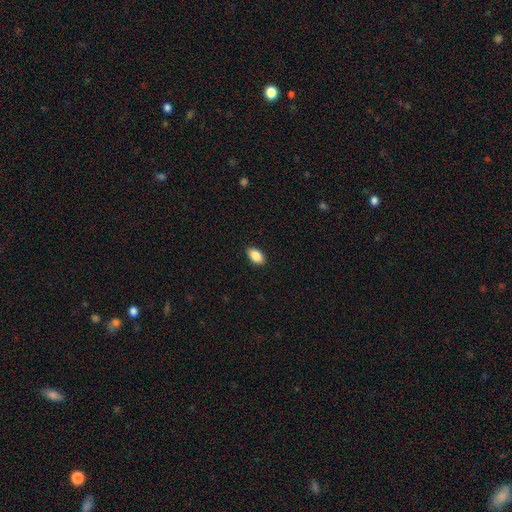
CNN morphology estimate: Smooth or featured: smooth — 88% (star or artifact — 7%)
How rounded: in between — 92% (round — 6%)
Merging: none — 87% (minor disturbance — 10%)